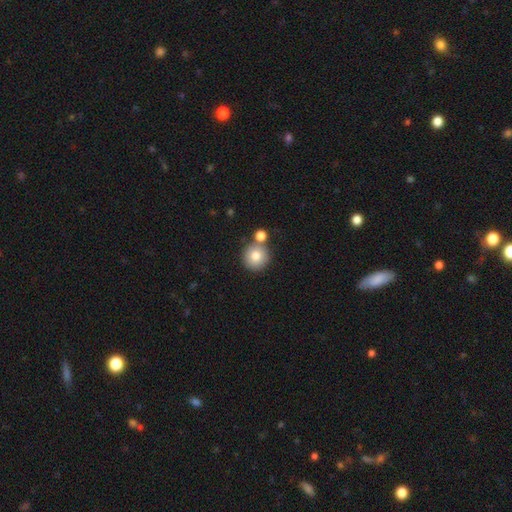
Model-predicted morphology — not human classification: The model was most divided on "merging": none: 69%, merger: 20%, minor disturbance: 9%, major disturbance: 3%. More confident: how rounded — round (93%); smooth or featured — smooth (80%).